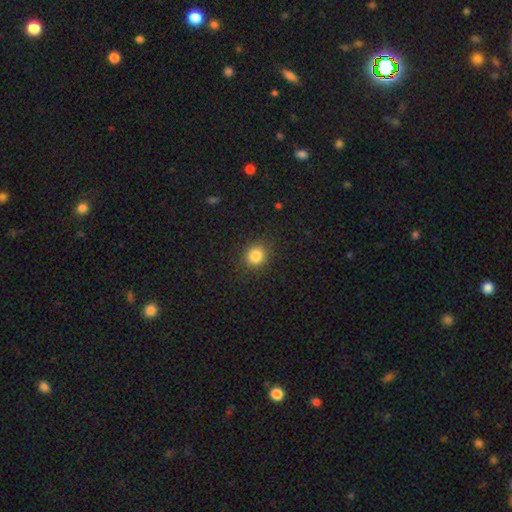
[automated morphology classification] A smooth galaxy with no disk features (83%) that is round (83%).

Vote fractions:
- Smooth or featured? smooth: 83% / star or artifact: 12% / featured or disk: 5%
- How rounded? round: 83% / in between: 16% / cigar-shaped: 1%
- Merging? none: 89% / minor disturbance: 8% / major disturbance: 3% / merger: 1%